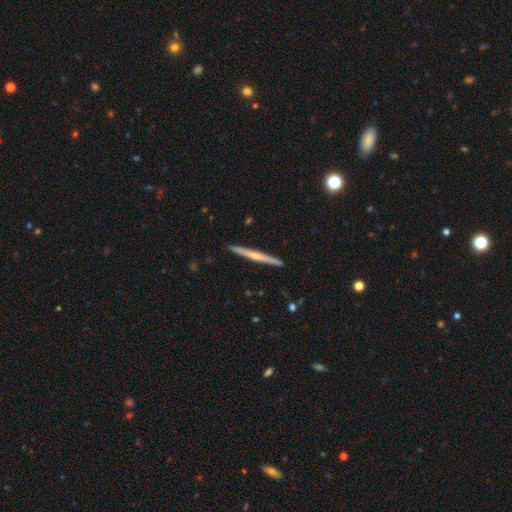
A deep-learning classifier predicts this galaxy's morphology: This is likely a featured or disk galaxy (64%). It is clearly viewed edge-on (98%). Edge-on bulge: likely rounded (62%). Merging: clearly none (92%).